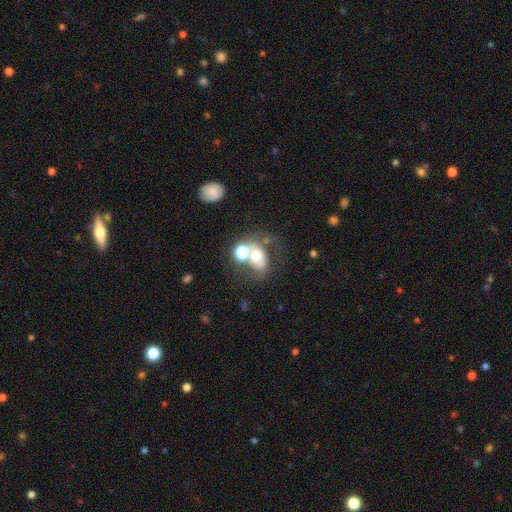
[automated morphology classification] A smooth galaxy with no disk features (49%).

Vote fractions:
- Smooth or featured? smooth: 49% / featured or disk: 35% / star or artifact: 16%
- Merging? none: 36% (tied) / merger: 36% (tied) / minor disturbance: 14% / major disturbance: 14%